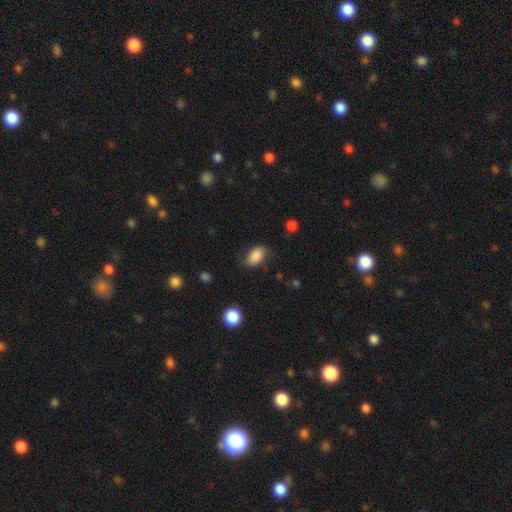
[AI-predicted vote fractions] smooth_or_featured: smooth (p=0.86) [alt: star or artifact p=0.08]
how_rounded: in between (p=0.90) [alt: round p=0.08]
merging: none (p=0.69) [alt: minor disturbance p=0.23]